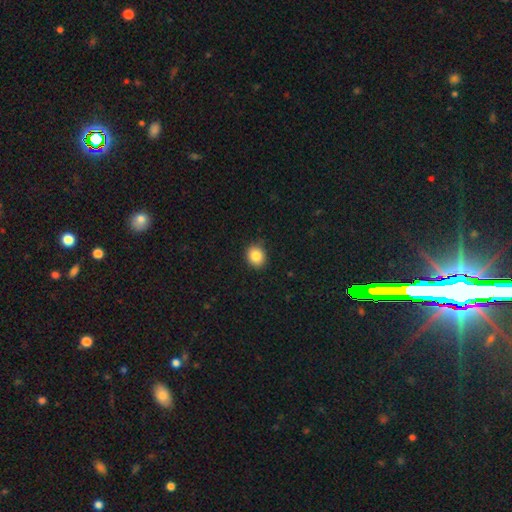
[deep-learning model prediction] smooth_or_featured: smooth (p=0.85) [alt: star or artifact p=0.09]
how_rounded: round (p=0.63) [alt: in between p=0.36]
merging: none (p=0.87) [alt: minor disturbance p=0.09]